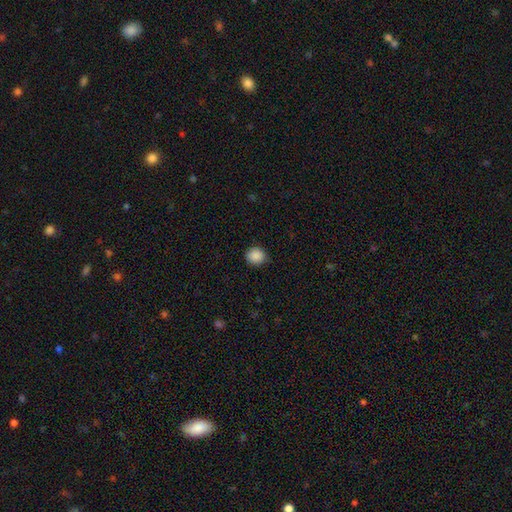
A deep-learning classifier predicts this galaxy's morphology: A smooth galaxy with no disk features (88%) that is round (85%). Merging: none (86%).